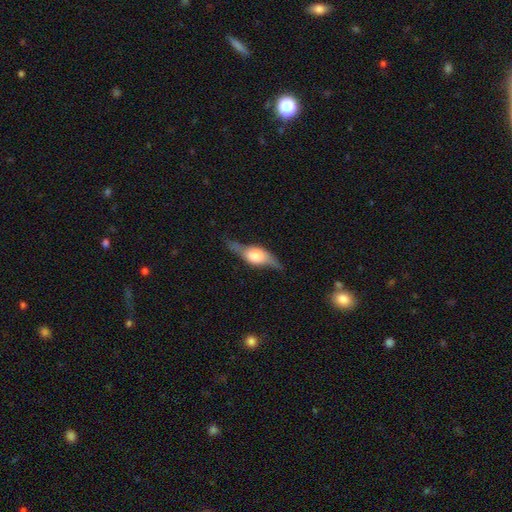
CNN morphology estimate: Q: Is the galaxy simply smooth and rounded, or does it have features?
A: featured or disk — 67%.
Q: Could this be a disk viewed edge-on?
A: yes — 80%.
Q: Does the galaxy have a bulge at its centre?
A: rounded — 81%.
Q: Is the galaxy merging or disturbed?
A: none — 60%.